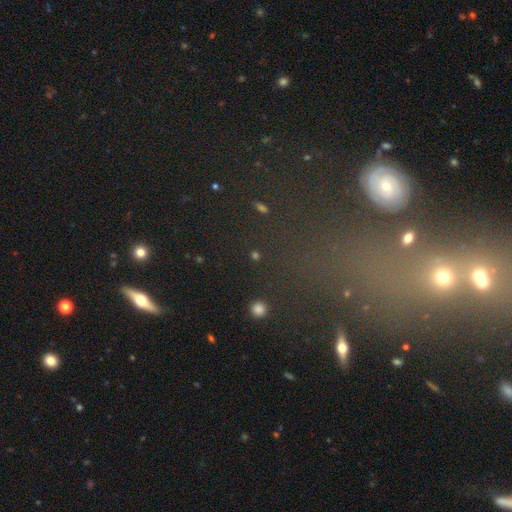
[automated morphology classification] A smooth galaxy with no disk features (48%). Merging: none (87%).